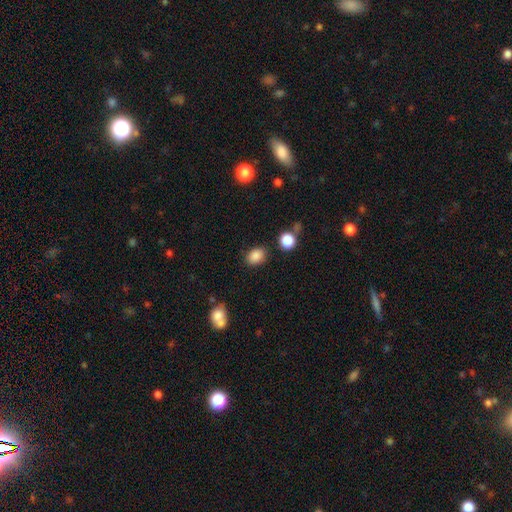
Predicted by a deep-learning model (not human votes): Smooth or featured: smooth — 86% (star or artifact — 10%)
How rounded: in between — 69% (round — 30%)
Merging: none — 82% (minor disturbance — 11%)